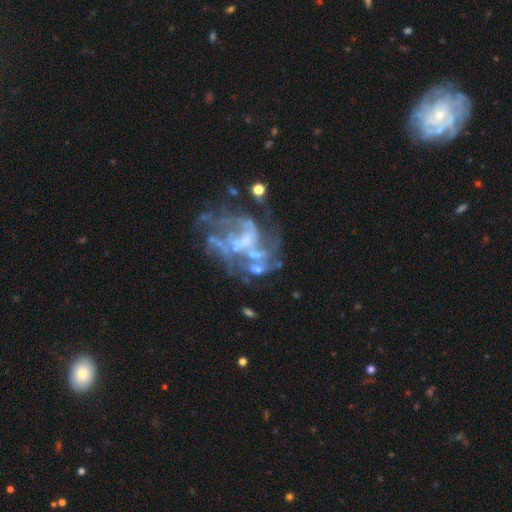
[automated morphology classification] The model was most divided on "merging": major disturbance: 36%, none: 35%, minor disturbance: 16%, merger: 13%. More confident: edge-on disk — no (98%); smooth or featured — featured or disk (79%); bar — no (63%); bulge size — none (57%); spiral arms — yes (55%).